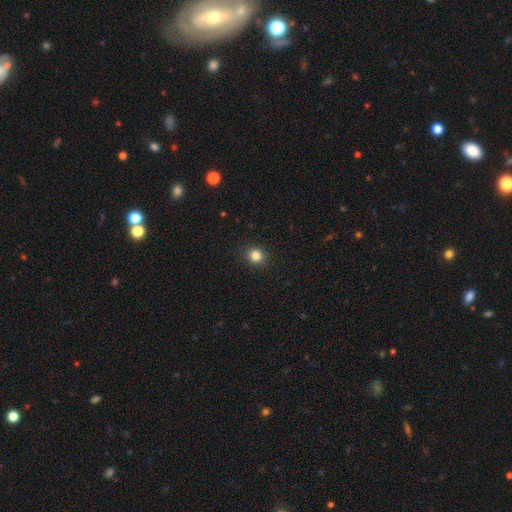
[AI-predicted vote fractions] Smooth or featured?
  - smooth: 84% *
  - star or artifact: 12%
  - featured or disk: 4%
How rounded?
  - round: 85% *
  - in between: 14%
  - cigar-shaped: 1%
Merging?
  - none: 90% *
  - minor disturbance: 7%
  - major disturbance: 2%
  - merger: 1%